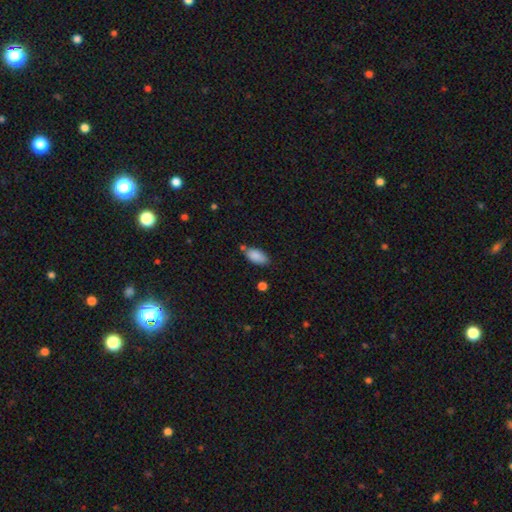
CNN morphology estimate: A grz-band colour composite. It shows a smooth galaxy with no disk features (87%) that is in between round and cigar-shaped (91%). Merging: none (64%).